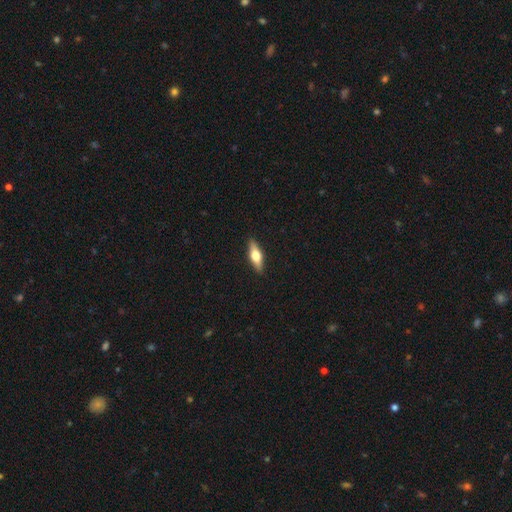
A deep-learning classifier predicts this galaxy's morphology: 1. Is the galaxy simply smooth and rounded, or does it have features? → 50% smooth, 44% featured or disk, 6% star or artifact.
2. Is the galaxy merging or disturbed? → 90% none, 7% minor disturbance, 2% major disturbance, 1% merger.